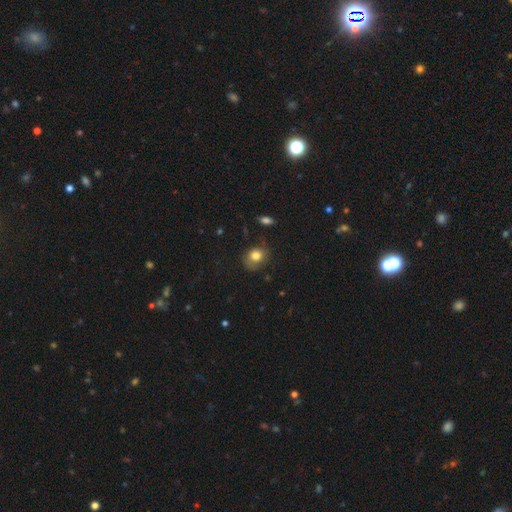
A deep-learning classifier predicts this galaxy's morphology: smooth_or_featured: smooth (p=0.77) [alt: featured or disk p=0.13]
how_rounded: round (p=0.62) [alt: in between p=0.37]
merging: none (p=0.64) [alt: minor disturbance p=0.25]